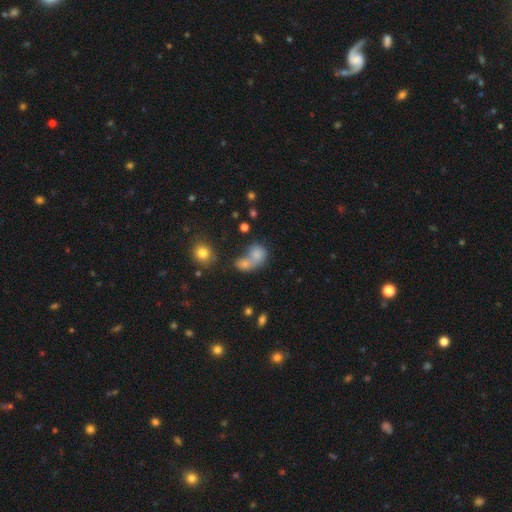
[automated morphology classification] smooth 74%, featured or disk 13%, star or artifact 13%. Down the decision tree: how rounded — round (55%); merging — merger (63%).